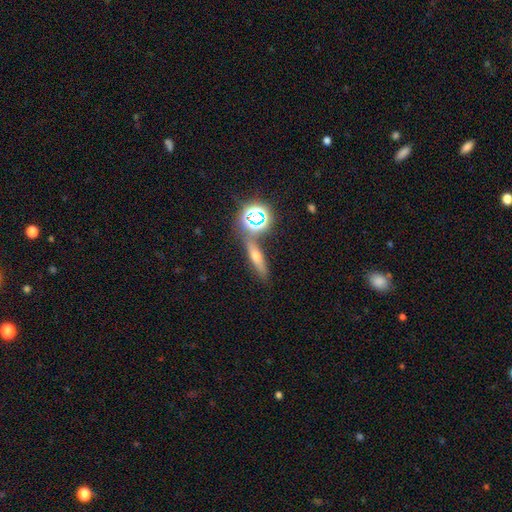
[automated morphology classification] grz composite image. It shows a smooth galaxy with no disk features (39%). Merging: none (75%).